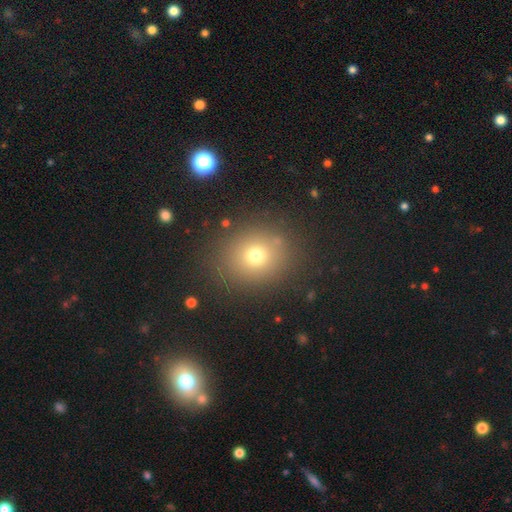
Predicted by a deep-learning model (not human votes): A smooth galaxy with no disk features (71%) that is round (72%).

Vote fractions:
- Smooth or featured? smooth: 71% / star or artifact: 18% / featured or disk: 11%
- How rounded? round: 72% / in between: 27% / cigar-shaped: 1%
- Merging? none: 84% / minor disturbance: 9% / major disturbance: 4% / merger: 3%